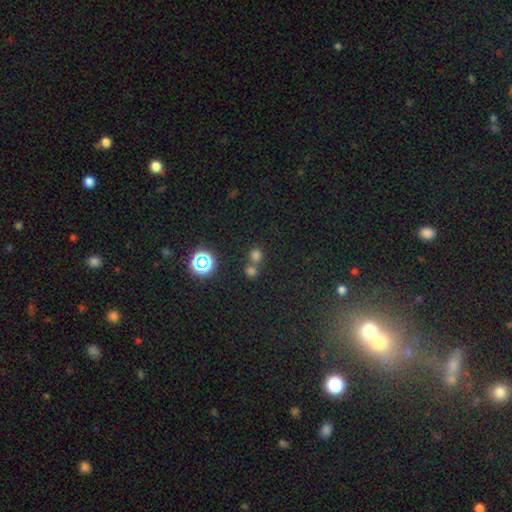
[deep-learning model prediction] Smooth or featured? smooth (63%)
How rounded? round (85%)
Merging? none (46%)